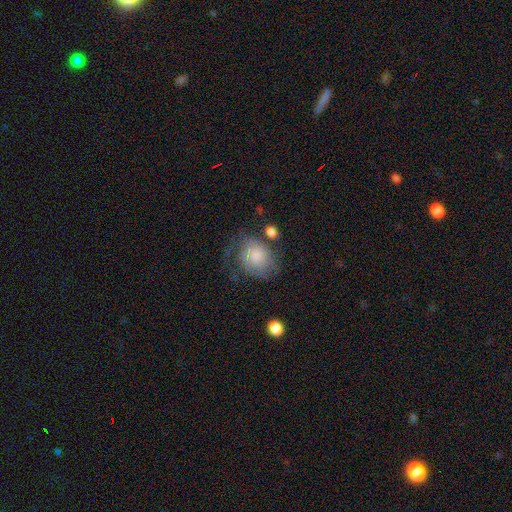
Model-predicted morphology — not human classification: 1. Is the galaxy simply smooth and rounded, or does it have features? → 58% smooth, 34% featured or disk, 8% star or artifact.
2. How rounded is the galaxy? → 54% round, 45% in between, 1% cigar-shaped.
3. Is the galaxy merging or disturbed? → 40% none, 28% major disturbance, 26% minor disturbance, 5% merger.